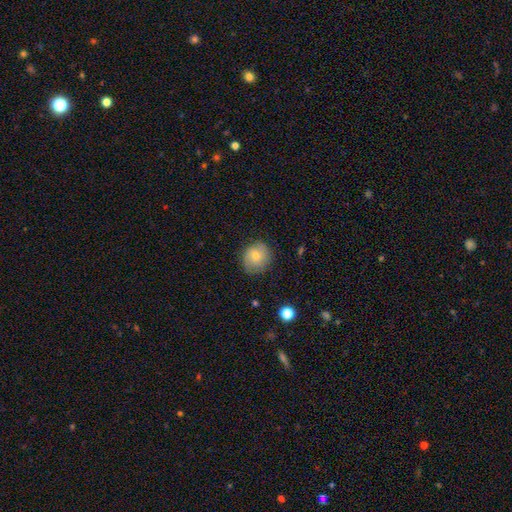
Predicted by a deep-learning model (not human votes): The model was most divided on "smooth or featured": smooth: 72%, featured or disk: 20%, star or artifact: 8%. More confident: merging — none (78%); how rounded — round (77%).